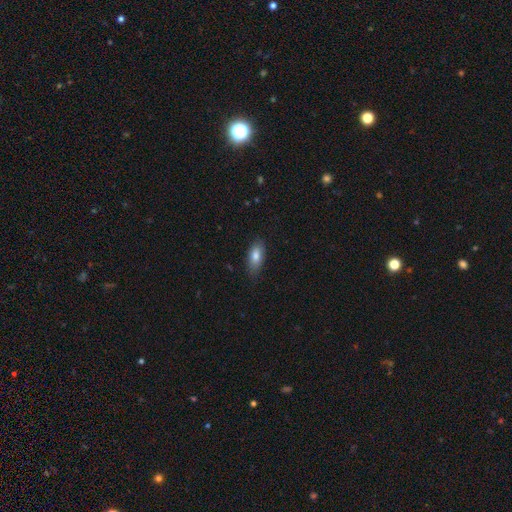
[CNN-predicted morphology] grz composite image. It shows a smooth galaxy with no disk features (80%) that is in between round and cigar-shaped (87%). Merging: none (78%).